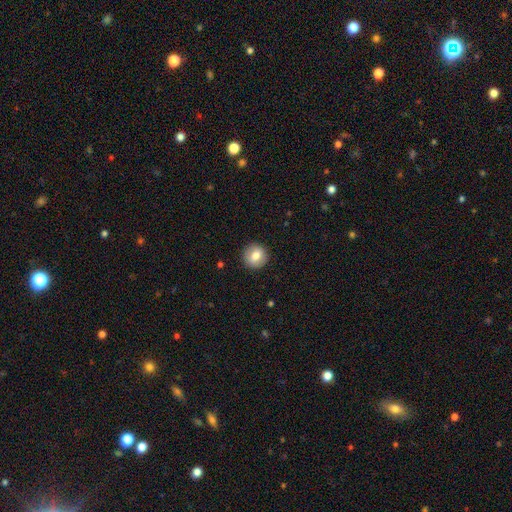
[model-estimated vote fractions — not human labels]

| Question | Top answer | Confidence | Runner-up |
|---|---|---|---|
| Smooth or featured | smooth | 76% | featured or disk (16%) |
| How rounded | round | 89% | in between (10%) |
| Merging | none | 90% | minor disturbance (6%) |